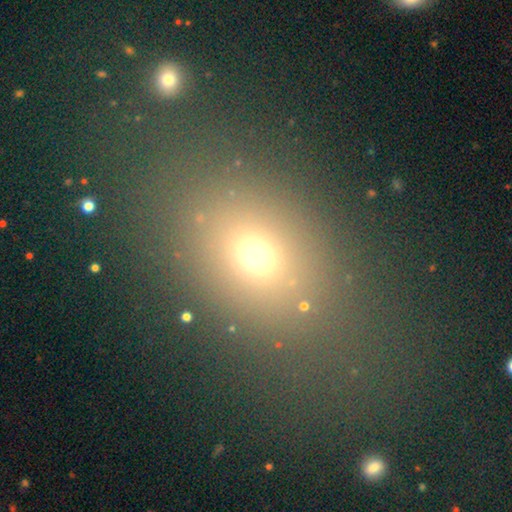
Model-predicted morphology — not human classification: This appears to be a smooth galaxy with no disk features (66%) that is in between round and cigar-shaped (66%). Merging: none (75%).